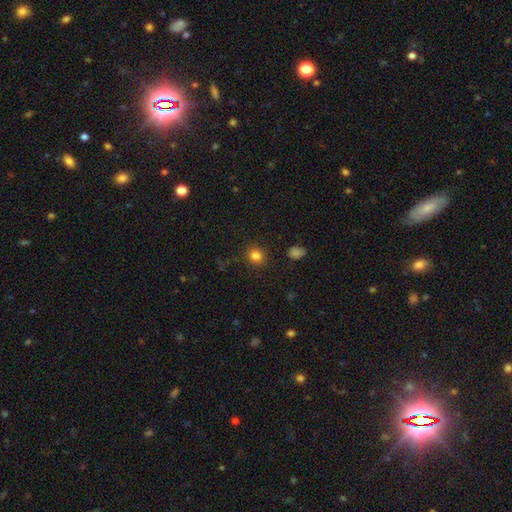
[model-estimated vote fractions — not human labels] Smooth or featured? Predicted: smooth (p=0.83). How rounded? Predicted: round (p=0.75). Merging? Predicted: none (p=0.88).